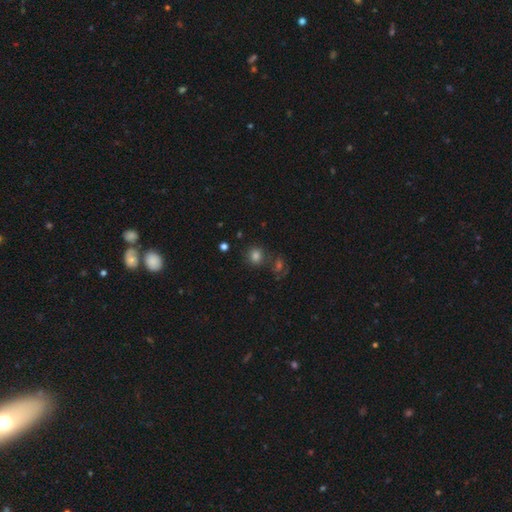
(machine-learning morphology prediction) Q: Smooth or featured?
A: smooth (77%); runner-up: star or artifact (15%)
Q: How rounded?
A: round (82%); runner-up: in between (17%)
Q: Merging?
A: none (68%); runner-up: merger (16%)